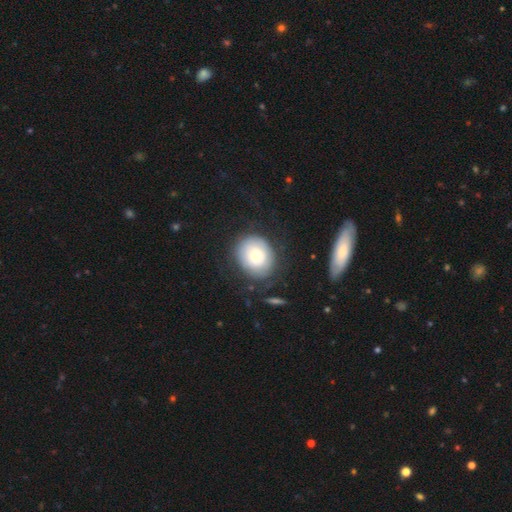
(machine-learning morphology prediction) A smooth galaxy with no disk features (66%) that is round (70%). Merging: none (73%).